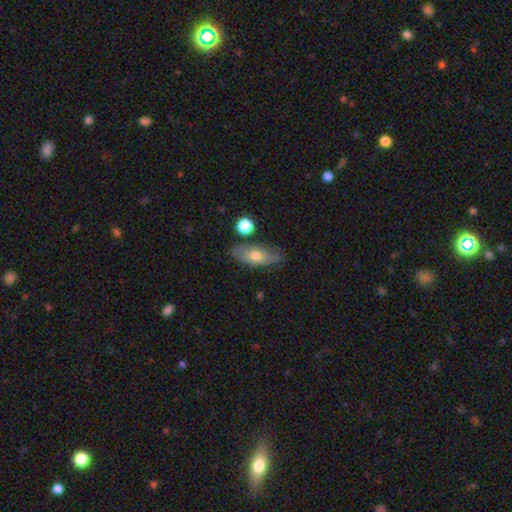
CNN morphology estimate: A smooth galaxy with no disk features (57%) that is in between round and cigar-shaped (78%).

Vote fractions:
- Smooth or featured? smooth: 57% / featured or disk: 35% / star or artifact: 7%
- How rounded? in between: 78% / cigar-shaped: 16% / round: 6%
- Merging? none: 71% / minor disturbance: 20% / major disturbance: 5% / merger: 5%